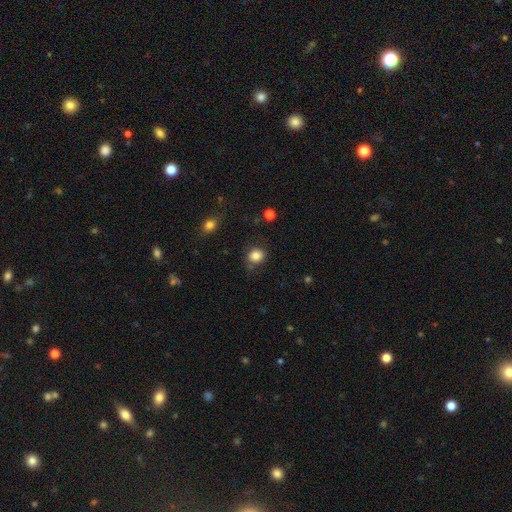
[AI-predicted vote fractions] This appears to be a smooth galaxy with no disk features (83%) that is round (77%). Merging: none (78%).